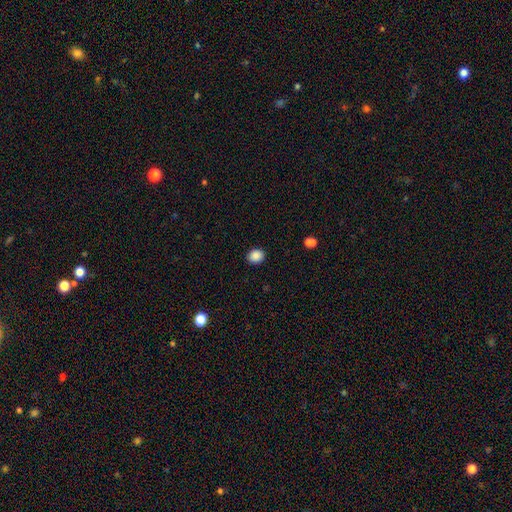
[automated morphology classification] This appears to be a smooth galaxy with no disk features (88%) that is round (64%). Merging: none (90%).